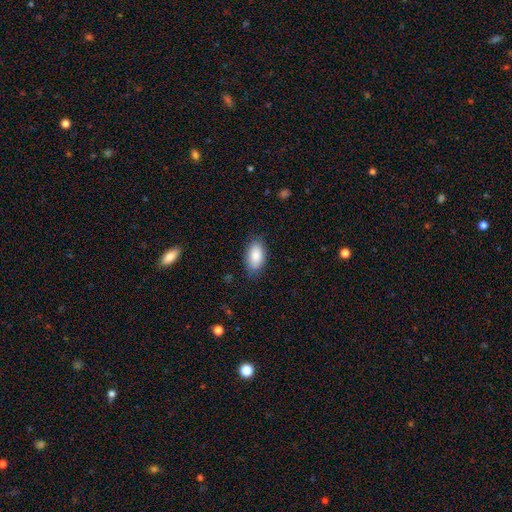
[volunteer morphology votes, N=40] Smooth or featured? smooth (88%)
How rounded? in between (97%)
Merging? none (72%)